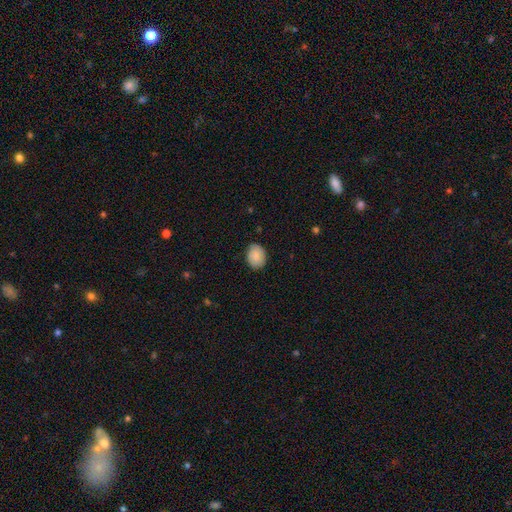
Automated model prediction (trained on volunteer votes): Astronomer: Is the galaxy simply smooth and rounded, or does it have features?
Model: smooth — 86%.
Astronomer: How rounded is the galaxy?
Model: in between — 56% (runner-up: round, 43%).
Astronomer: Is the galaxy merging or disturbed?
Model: none — 81%.